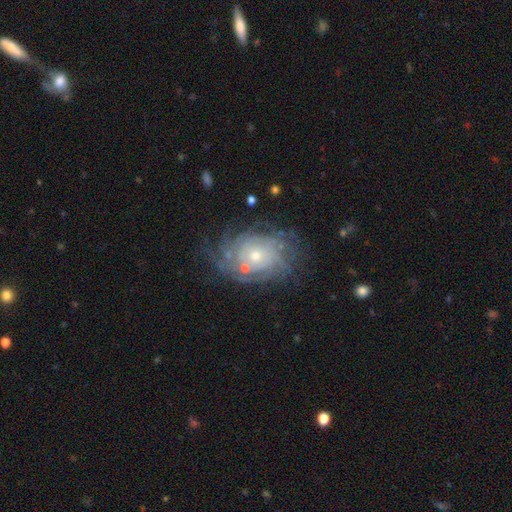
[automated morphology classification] A featured or disk galaxy (82%) with no bar (81%), tight (73%) spiral arms (93%) and a small central bulge (58%).

Vote fractions:
- Smooth or featured? featured or disk: 82% / smooth: 10% / star or artifact: 7%
- Edge-on disk? no: 96% / yes: 4%
- Bar? no: 81% / weak: 16% / strong: 3%
- Spiral arms? yes: 93% / no: 7%
- Spiral winding? tight: 73% / medium: 21% / loose: 7%
- Spiral arm count? can't tell: 44% / 4: 16% / more than 4: 16% / 3: 10% / 2: 9% / 1: 6%
- Bulge size? small: 58% / moderate: 37% / large: 2% / none: 1% / dominant: 1%
- Merging? none: 70% / minor disturbance: 17% / major disturbance: 9% / merger: 3%